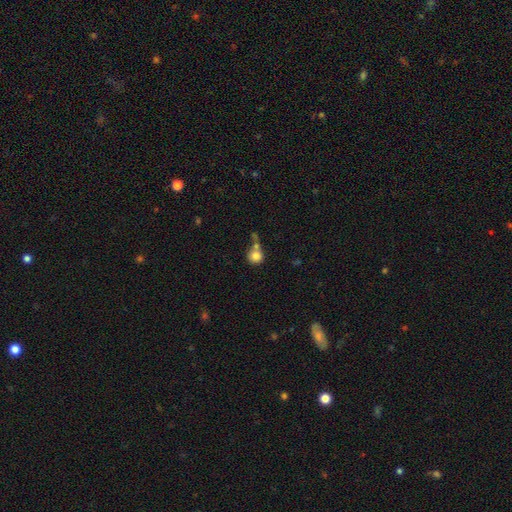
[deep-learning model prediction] This is clearly a smooth galaxy (81%). How rounded: clearly round (91%). Merging: possibly none (50%).